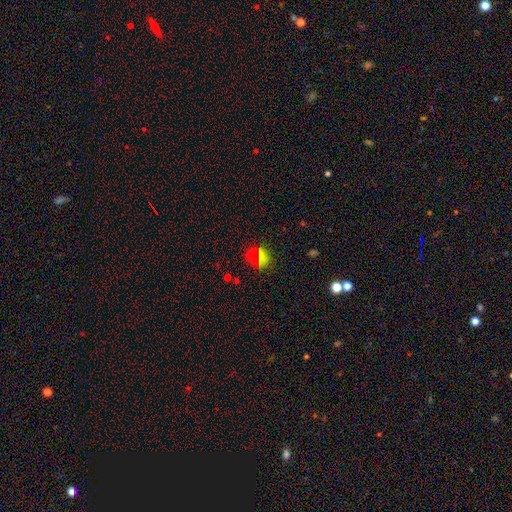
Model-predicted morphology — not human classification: type=smooth (62%); roundness=round (53%); merging=none (74%).